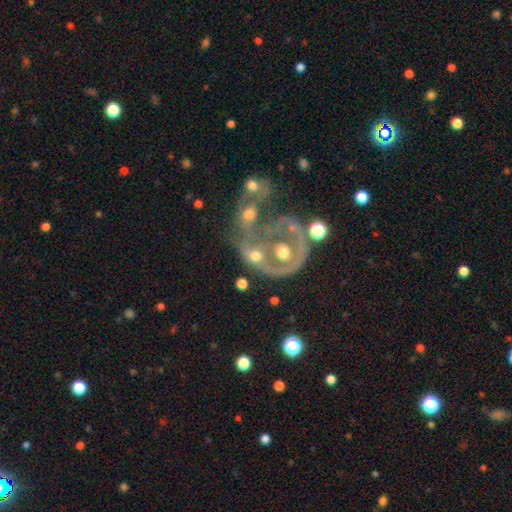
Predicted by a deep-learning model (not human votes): featured or disk 55%, smooth 34%, star or artifact 11%. Down the decision tree: edge-on disk — no (96%); bar — no (88%); spiral arms — no (75%); bulge size — moderate (58%); merging — merger (56%).